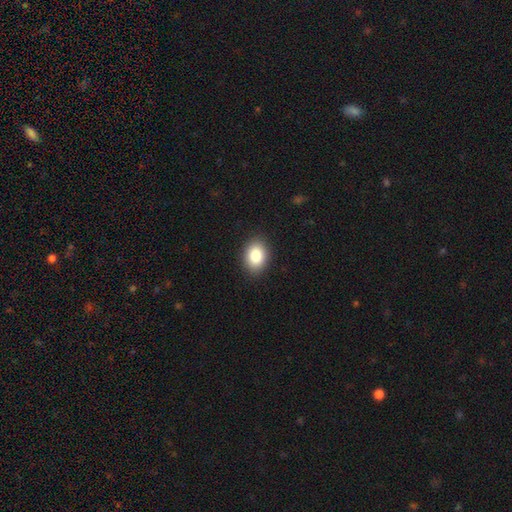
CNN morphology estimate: Overall: smooth (85%). How rounded: in between (72%). Merging: none (89%).